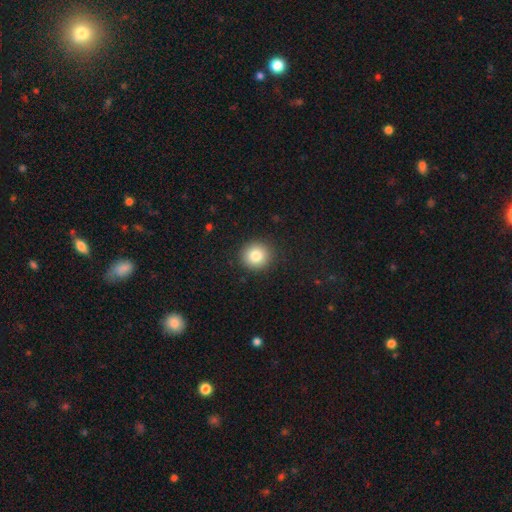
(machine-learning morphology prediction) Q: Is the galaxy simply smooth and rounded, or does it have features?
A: smooth — 83%.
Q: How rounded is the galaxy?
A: round — 92%.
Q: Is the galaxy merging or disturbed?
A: none — 91%.